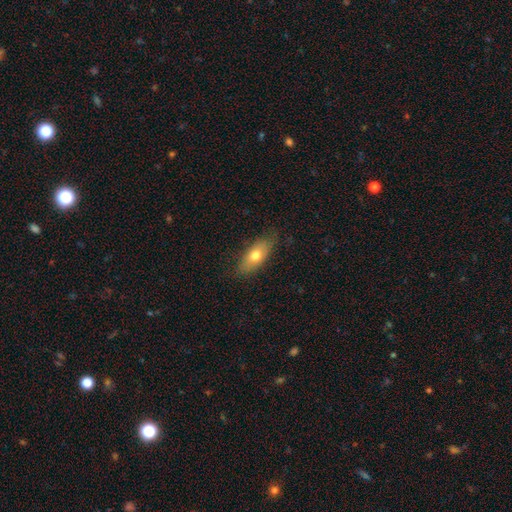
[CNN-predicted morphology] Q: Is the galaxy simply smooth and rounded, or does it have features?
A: smooth — 69%.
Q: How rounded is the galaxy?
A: in between — 79%.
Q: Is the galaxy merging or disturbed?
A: none — 79%.